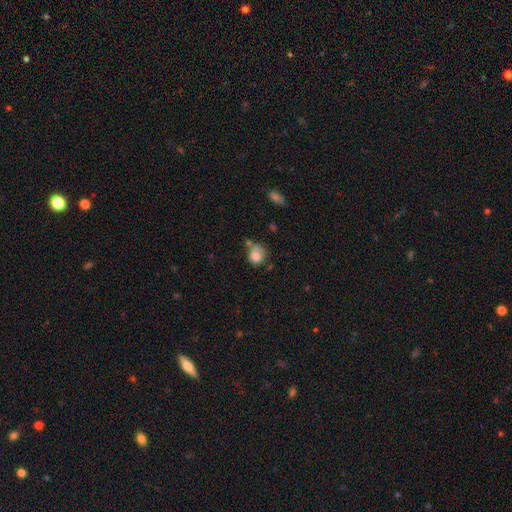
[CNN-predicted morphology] Smooth or featured? Predicted: smooth (p=0.77). How rounded? Predicted: round (p=0.71). Merging? Predicted: none (p=0.47).